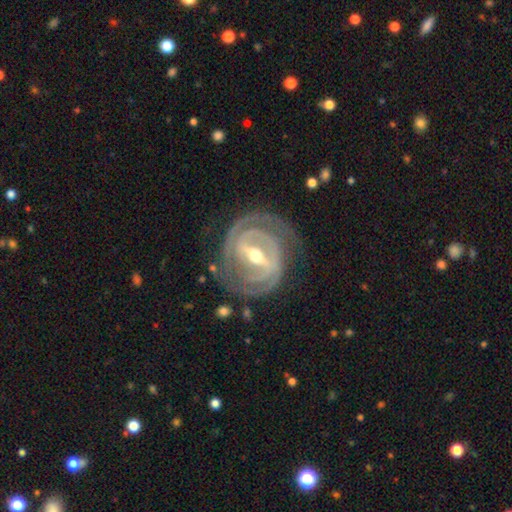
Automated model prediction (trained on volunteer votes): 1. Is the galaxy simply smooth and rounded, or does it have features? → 91% featured or disk, 5% smooth, 4% star or artifact.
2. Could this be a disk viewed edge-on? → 95% no, 5% yes.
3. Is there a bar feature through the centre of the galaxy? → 69% strong, 24% weak, 7% no.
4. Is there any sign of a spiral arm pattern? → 95% yes, 5% no.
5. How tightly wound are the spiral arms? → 75% tight, 21% medium, 4% loose.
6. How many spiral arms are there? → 62% 2, 13% can't tell, 13% 3, 4% 1, 4% 4, 3% more than 4.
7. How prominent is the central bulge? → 66% moderate, 29% small, 3% large, 1% none, 1% dominant.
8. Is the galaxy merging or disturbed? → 75% none, 16% minor disturbance, 7% major disturbance, 2% merger.